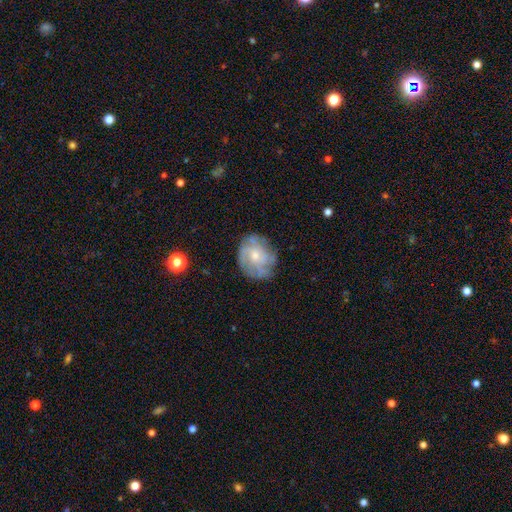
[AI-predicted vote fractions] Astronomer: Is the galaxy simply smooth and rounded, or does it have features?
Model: featured or disk — 69%.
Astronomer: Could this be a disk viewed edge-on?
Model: no — 97%.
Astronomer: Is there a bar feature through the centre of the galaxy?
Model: no — 78%.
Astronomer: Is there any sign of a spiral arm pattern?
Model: yes — 85%.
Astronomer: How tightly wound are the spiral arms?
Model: tight — 53% (runner-up: medium, 34%).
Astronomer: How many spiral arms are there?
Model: can't tell — 43%.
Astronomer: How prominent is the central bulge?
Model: small — 52% (runner-up: moderate, 42%).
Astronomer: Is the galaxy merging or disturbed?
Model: none — 71%.